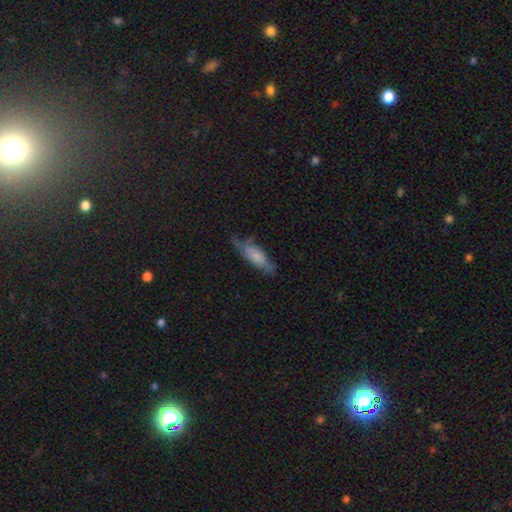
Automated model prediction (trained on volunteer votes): Morphology: type=smooth (59%); roundness=in between (57%); merging=none (56%).